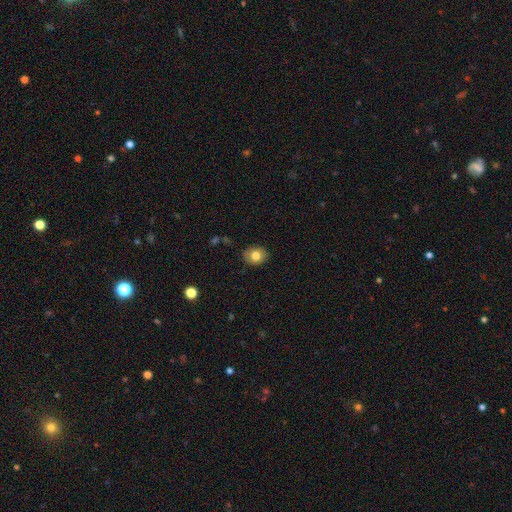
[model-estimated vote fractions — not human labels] smooth_or_featured: smooth (p=0.79) [alt: featured or disk p=0.12]
how_rounded: in between (p=0.51) [alt: round p=0.48]
merging: none (p=0.86) [alt: minor disturbance p=0.11]